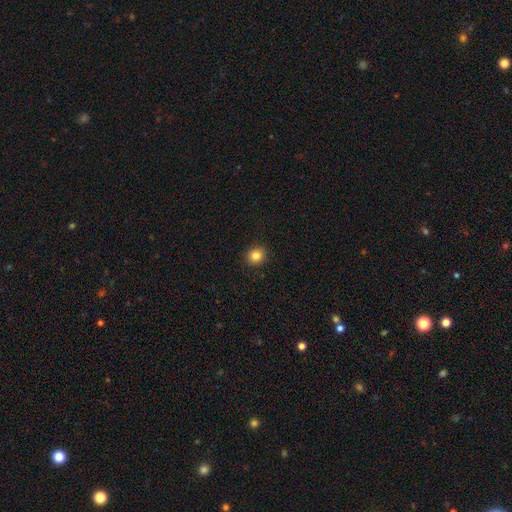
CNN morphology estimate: Smooth or featured? smooth (85%)
How rounded? round (84%)
Merging? none (92%)